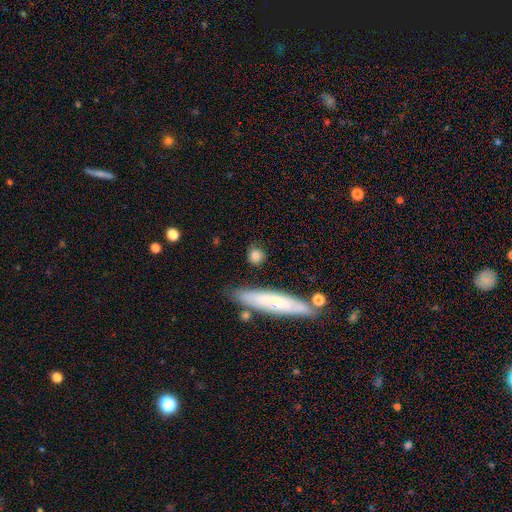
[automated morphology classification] Smooth or featured?
  - smooth: 80% *
  - featured or disk: 12%
  - star or artifact: 9%
How rounded?
  - round: 63% *
  - in between: 19%
  - cigar-shaped: 18%
Merging?
  - none: 80% *
  - minor disturbance: 12%
  - merger: 4%
  - major disturbance: 4%